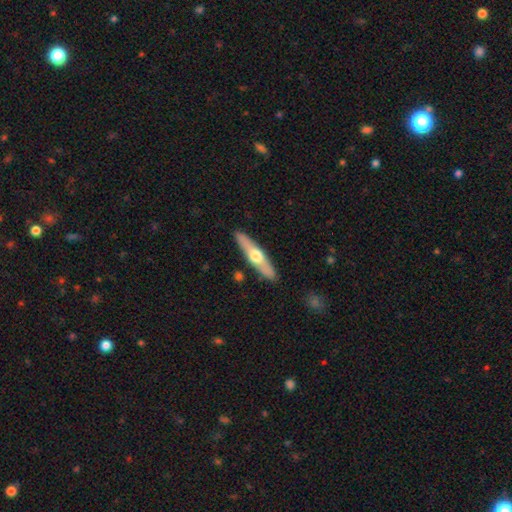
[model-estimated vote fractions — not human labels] The model was most divided on "smooth or featured": featured or disk: 54%, smooth: 41%, star or artifact: 5%. More confident: edge-on disk — yes (89%); merging — none (89%).